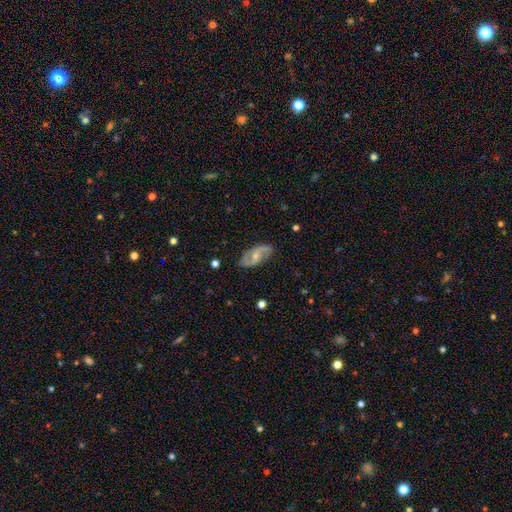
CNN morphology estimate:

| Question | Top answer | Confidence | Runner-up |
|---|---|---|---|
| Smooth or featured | featured or disk | 77% | smooth (17%) |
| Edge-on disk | no | 94% | yes (6%) |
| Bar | no | 45% | weak (41%) |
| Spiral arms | yes | 91% | no (9%) |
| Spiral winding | loose | 48% | medium (38%) |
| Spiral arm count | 2 | 90% | can't tell (5%) |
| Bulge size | small | 49% | moderate (46%) |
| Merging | none | 82% | minor disturbance (14%) |